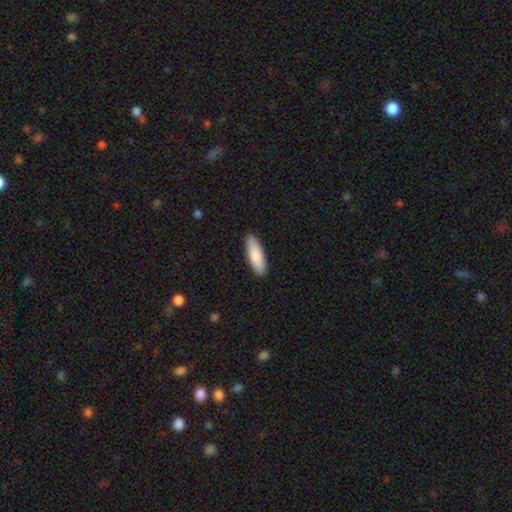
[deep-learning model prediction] Smooth or featured? smooth (87%)
How rounded? in between (53%)
Merging? none (90%)